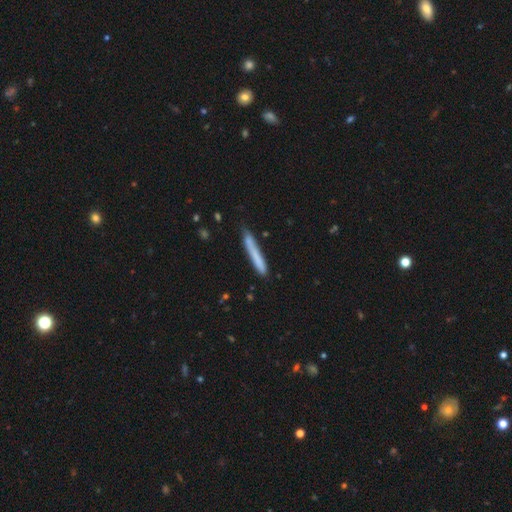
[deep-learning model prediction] This is likely a smooth galaxy (72%). How rounded: clearly cigar-shaped (96%). Merging: likely none (79%).